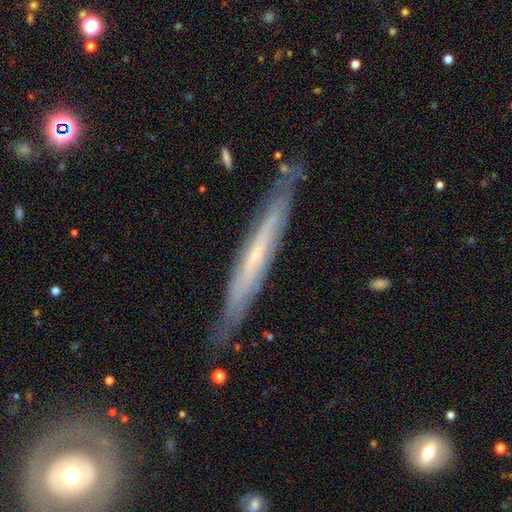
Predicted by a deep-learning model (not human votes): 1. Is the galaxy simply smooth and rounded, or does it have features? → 70% featured or disk, 24% smooth, 6% star or artifact.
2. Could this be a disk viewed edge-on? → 83% yes, 17% no.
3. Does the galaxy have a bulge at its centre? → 60% none, 36% rounded, 4% boxy.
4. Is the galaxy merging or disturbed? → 82% none, 14% minor disturbance, 3% major disturbance, 2% merger.